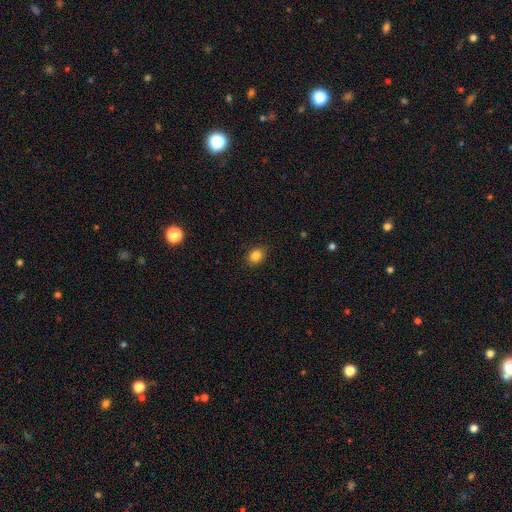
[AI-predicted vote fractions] This appears to be a smooth galaxy with no disk features (85%) that is in between round and cigar-shaped (53%). Merging: none (86%).